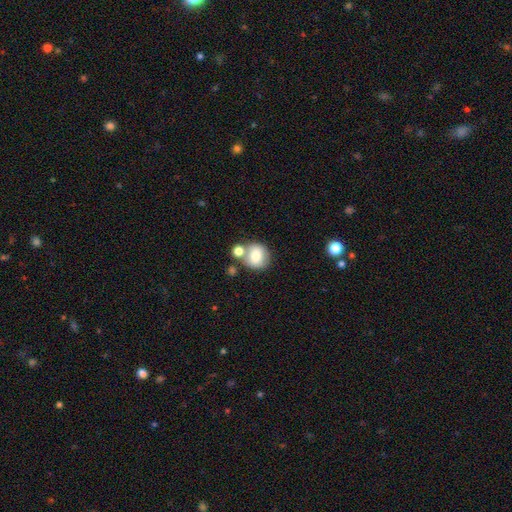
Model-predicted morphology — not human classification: Smooth or featured: smooth — 74% (featured or disk — 17%)
How rounded: round — 84% (in between — 15%)
Merging: none — 54% (merger — 31%)